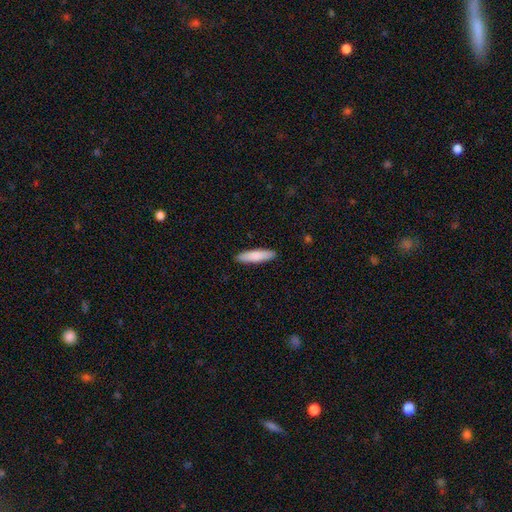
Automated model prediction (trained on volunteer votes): Morphology: type=smooth (86%); roundness=cigar-shaped (72%); merging=none (91%).